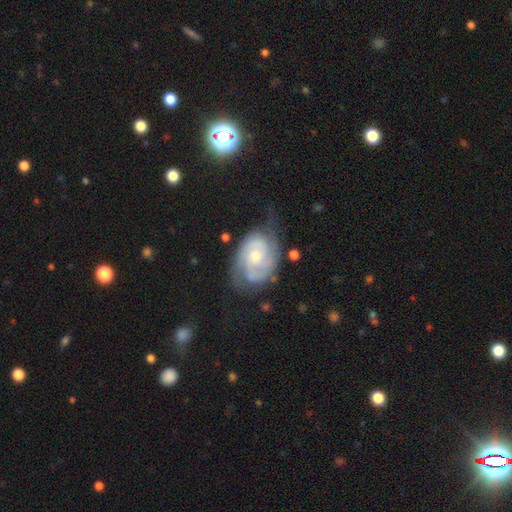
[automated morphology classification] type=featured or disk (82%); edge-on=no (97%); bar=no (67%); spiral arms=yes (95%); winding=tight (53%); arm count=2 (64%); bulge=small (51%); merging=none (57%).